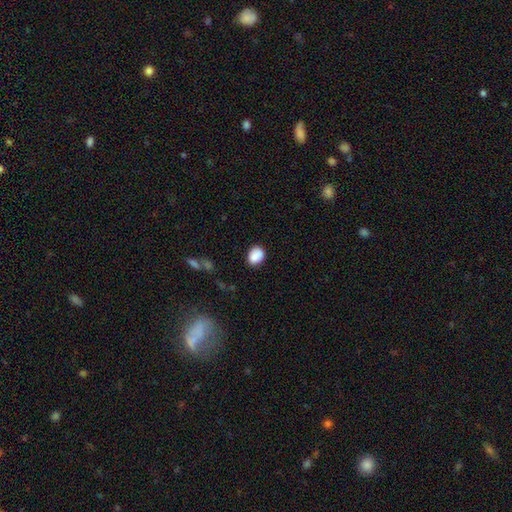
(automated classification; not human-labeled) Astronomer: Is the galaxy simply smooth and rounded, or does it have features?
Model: smooth — 87%.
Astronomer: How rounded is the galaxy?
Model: in between — 60% (runner-up: round, 39%).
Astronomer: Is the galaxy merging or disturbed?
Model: none — 77%.